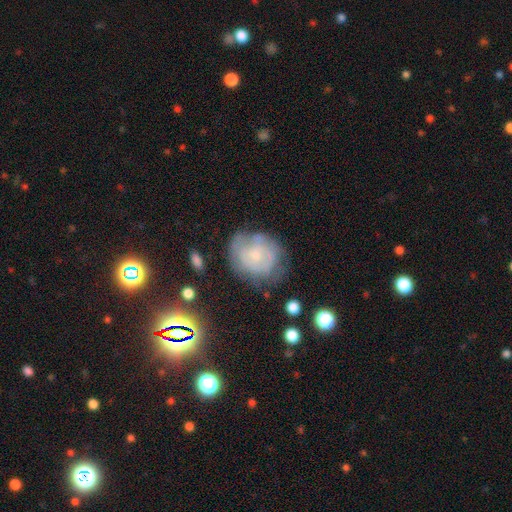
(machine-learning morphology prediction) The model was most divided on "smooth or featured": featured or disk: 54%, smooth: 37%, star or artifact: 9%. More confident: edge-on disk — no (97%); bar — no (79%); bulge size — small (64%); spiral arms — yes (61%); merging — none (57%).